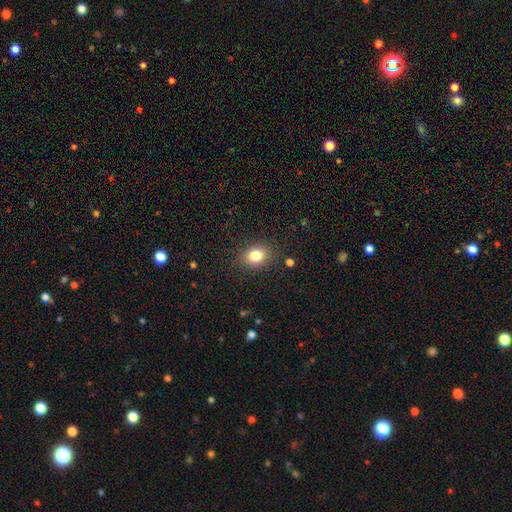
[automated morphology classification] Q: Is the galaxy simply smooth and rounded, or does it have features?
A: smooth — 81%.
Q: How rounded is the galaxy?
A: in between — 58%.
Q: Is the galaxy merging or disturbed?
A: none — 86%.